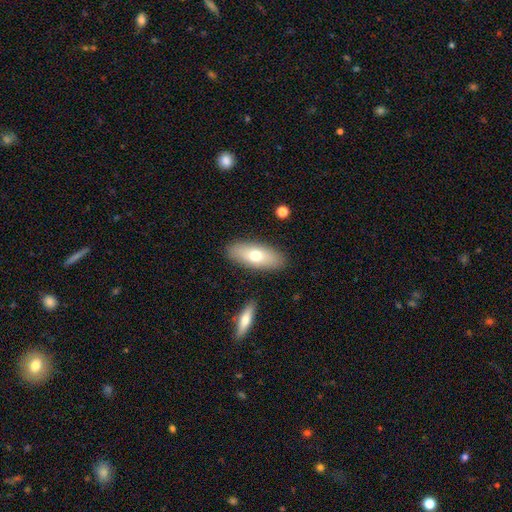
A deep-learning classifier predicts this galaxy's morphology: smooth_or_featured: smooth (p=0.68) [alt: featured or disk p=0.26]
how_rounded: in between (p=0.79) [alt: cigar-shaped p=0.19]
merging: none (p=0.87) [alt: minor disturbance p=0.09]